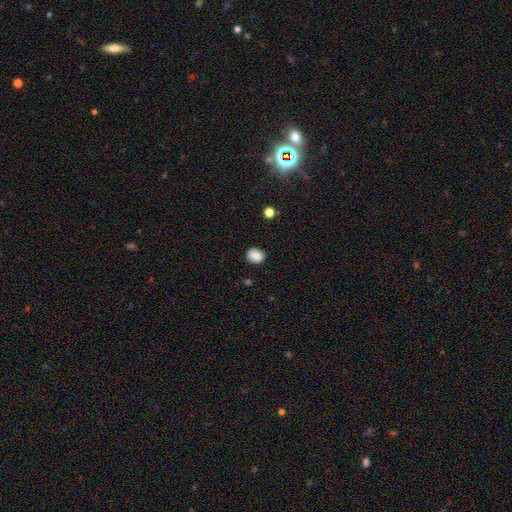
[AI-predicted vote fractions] Smooth or featured? smooth (84%)
How rounded? round (58%)
Merging? none (85%)